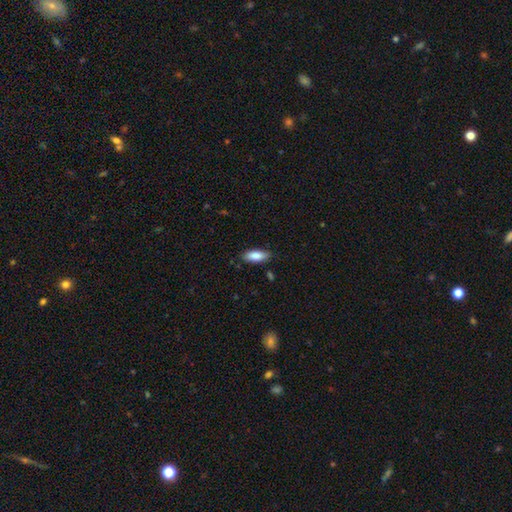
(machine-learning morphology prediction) type=smooth (86%); roundness=in between (80%); merging=none (82%).